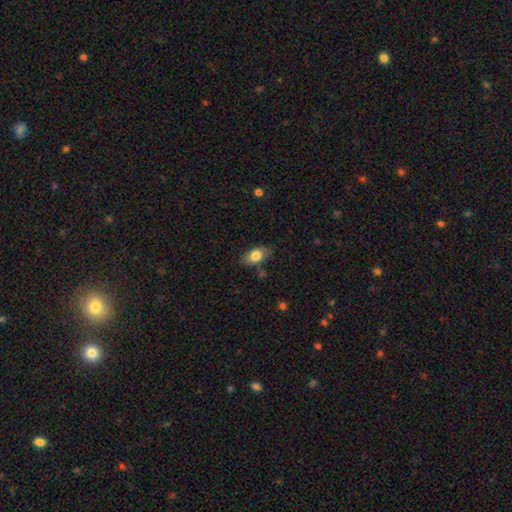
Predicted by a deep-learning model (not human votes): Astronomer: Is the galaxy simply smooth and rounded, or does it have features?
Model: smooth — 79%.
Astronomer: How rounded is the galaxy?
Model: in between — 88%.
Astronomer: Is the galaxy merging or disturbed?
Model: none — 77%.